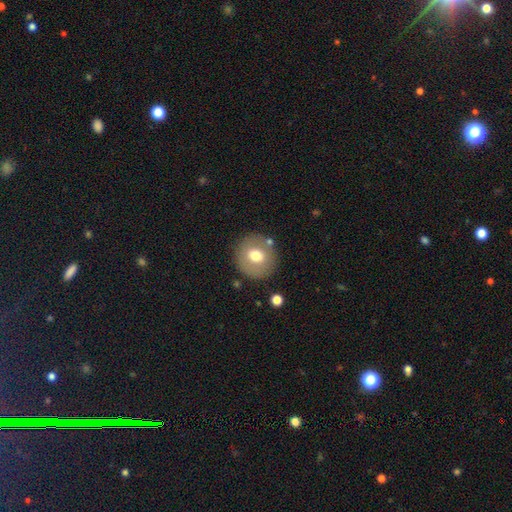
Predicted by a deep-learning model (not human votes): Smooth or featured?
  - smooth: 66% *
  - featured or disk: 25%
  - star or artifact: 9%
How rounded?
  - round: 89% *
  - in between: 10%
  - cigar-shaped: 1%
Merging?
  - none: 83% *
  - minor disturbance: 10%
  - major disturbance: 4%
  - merger: 4%